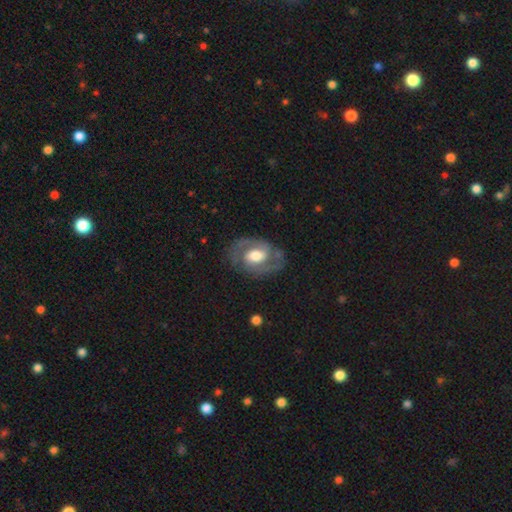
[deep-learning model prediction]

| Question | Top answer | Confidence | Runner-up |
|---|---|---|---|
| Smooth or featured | featured or disk | 77% | smooth (18%) |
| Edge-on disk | no | 96% | yes (4%) |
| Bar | no | 45% | weak (39%) |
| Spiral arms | yes | 83% | no (17%) |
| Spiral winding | medium | 51% | tight (33%) |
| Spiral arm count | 2 | 86% | can't tell (7%) |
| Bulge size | moderate | 55% | large (34%) |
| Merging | none | 77% | minor disturbance (15%) |